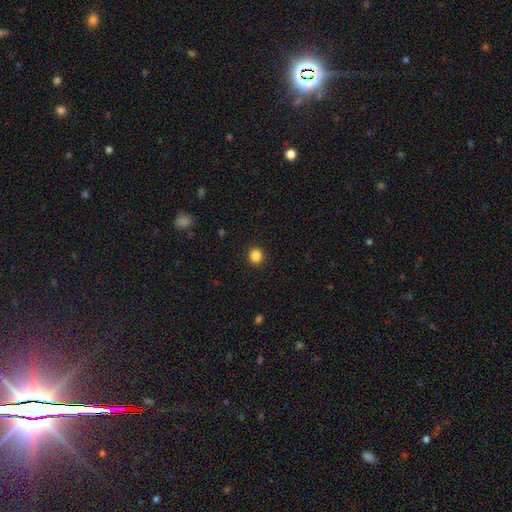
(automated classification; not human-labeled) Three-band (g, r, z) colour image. It shows a smooth galaxy with no disk features (86%) that is round (87%). Merging: none (92%).